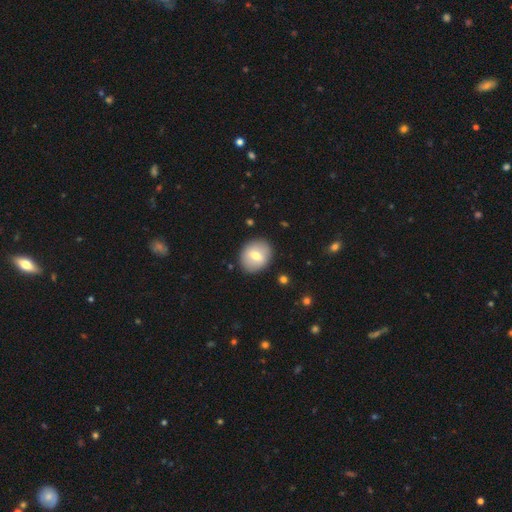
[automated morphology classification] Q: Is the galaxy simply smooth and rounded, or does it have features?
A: smooth — 61%.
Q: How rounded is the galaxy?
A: round — 67%.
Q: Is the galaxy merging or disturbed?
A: none — 87%.